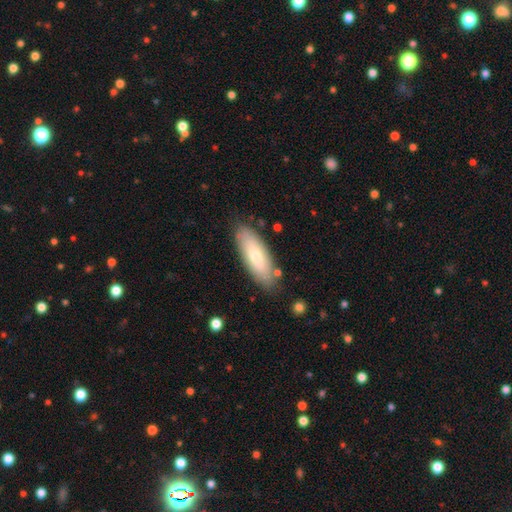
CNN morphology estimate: A smooth galaxy with no disk features (68%) that is in between round and cigar-shaped (66%). Merging: none (82%).